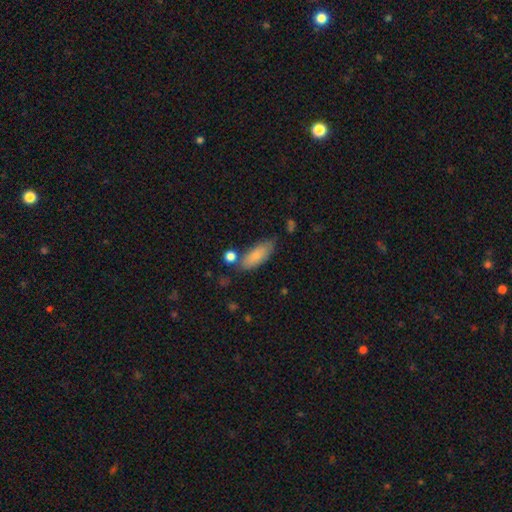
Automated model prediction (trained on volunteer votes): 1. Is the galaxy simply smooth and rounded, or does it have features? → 81% smooth, 13% featured or disk, 7% star or artifact.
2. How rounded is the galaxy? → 75% in between, 23% cigar-shaped, 3% round.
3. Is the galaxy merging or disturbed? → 68% none, 19% minor disturbance, 8% merger, 5% major disturbance.